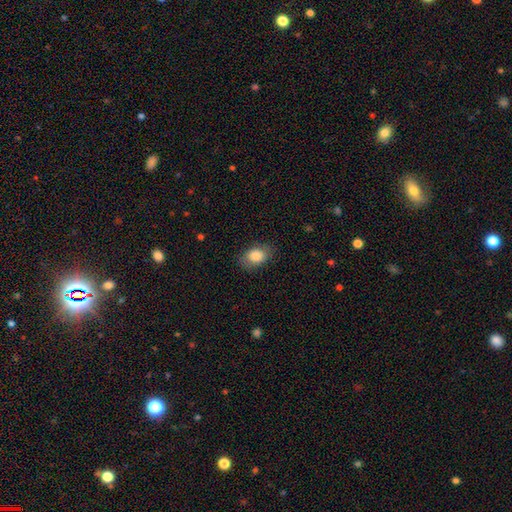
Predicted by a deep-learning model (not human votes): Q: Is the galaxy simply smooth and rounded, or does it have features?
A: smooth — 84%.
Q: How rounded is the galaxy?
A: in between — 85%.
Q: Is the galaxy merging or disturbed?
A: none — 81%.